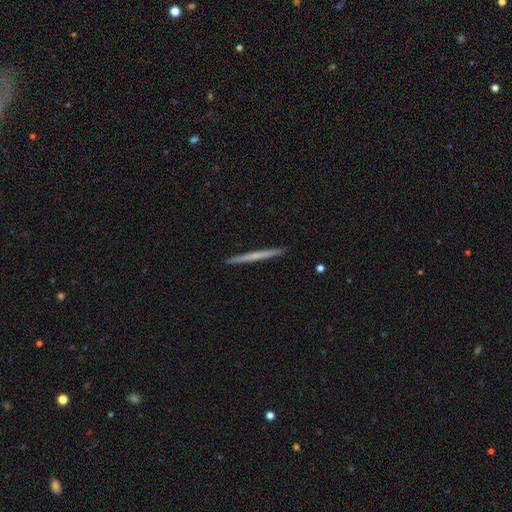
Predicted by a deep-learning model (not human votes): Smooth or featured: featured or disk — 48% (smooth — 46%)
Merging: none — 93% (minor disturbance — 5%)